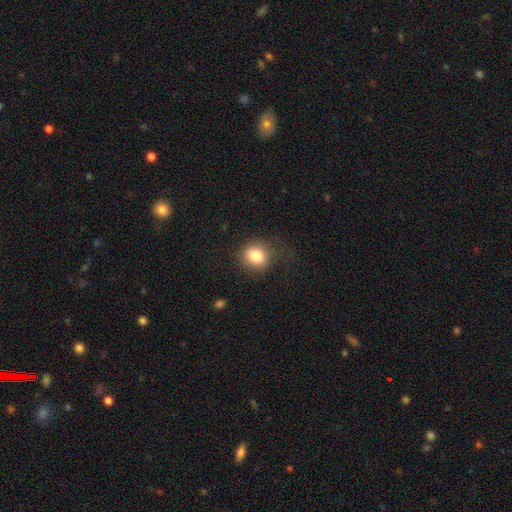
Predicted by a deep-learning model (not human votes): Smooth or featured? Predicted: smooth (p=0.82). How rounded? Predicted: round (p=0.75). Merging? Predicted: none (p=0.76).